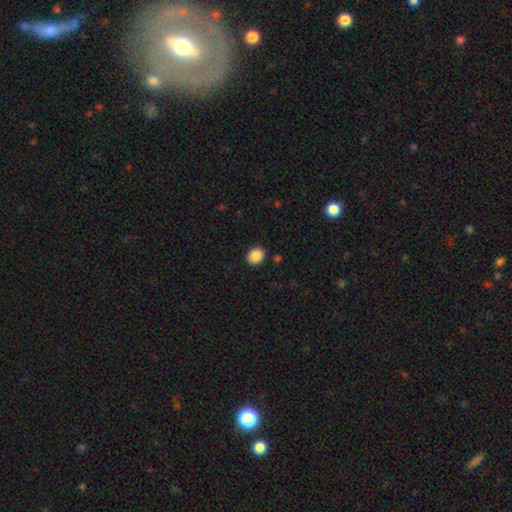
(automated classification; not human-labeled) This is clearly a smooth galaxy (88%). How rounded: likely round (64%). Merging: clearly none (90%).